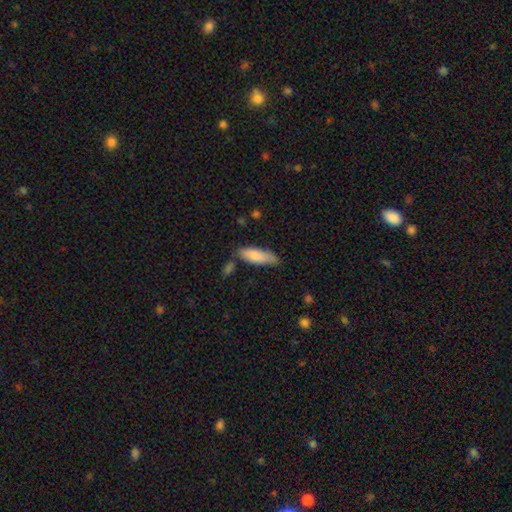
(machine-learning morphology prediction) Q: Smooth or featured?
A: smooth (83%); runner-up: featured or disk (11%)
Q: How rounded?
A: in between (56%); runner-up: cigar-shaped (42%)
Q: Merging?
A: none (66%); runner-up: minor disturbance (23%)